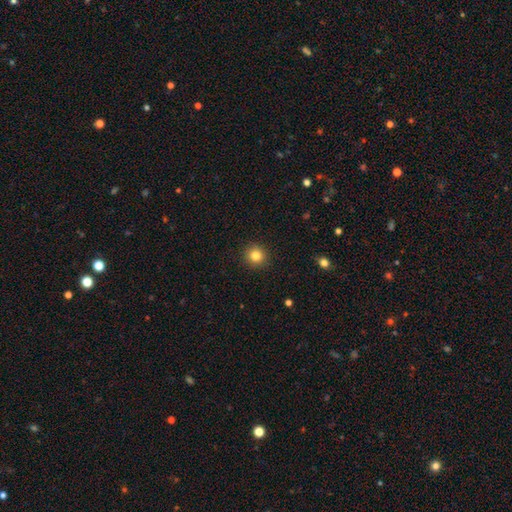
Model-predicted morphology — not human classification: smooth-or-featured: smooth: 82% | star or artifact: 12% | featured or disk: 6%
  how-rounded: round: 93% | in between: 6% | cigar-shaped: 1%
  merging: none: 92% | minor disturbance: 5% | major disturbance: 2% | merger: 1%